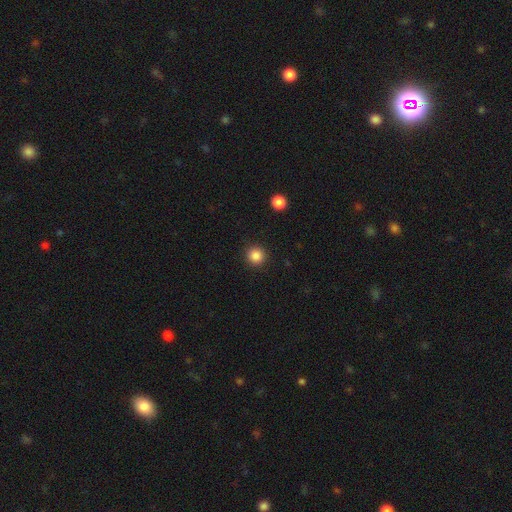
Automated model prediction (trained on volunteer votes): smooth 86%, star or artifact 11%, featured or disk 3%. Down the decision tree: how rounded — round (94%); merging — none (92%).